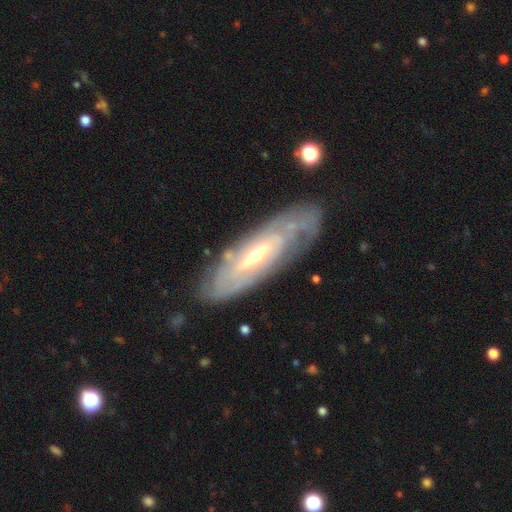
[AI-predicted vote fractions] A featured or disk galaxy (81%) with a weak bar (41%), tight (74%) spiral arms (82%) and a small central bulge (53%).

Vote fractions:
- Smooth or featured? featured or disk: 81% / smooth: 13% / star or artifact: 5%
- Edge-on disk? no: 79% / yes: 21%
- Bar? weak: 41% / no: 38% / strong: 21%
- Spiral arms? yes: 82% / no: 18%
- Spiral winding? tight: 74% / medium: 20% / loose: 6%
- Spiral arm count? can't tell: 63% / 2: 17% / 3: 7% / 4: 6% / more than 4: 4% / 1: 3%
- Bulge size? small: 53% / moderate: 43% / large: 2% / none: 1% / dominant: 1%
- Merging? none: 78% / minor disturbance: 15% / major disturbance: 5% / merger: 2%